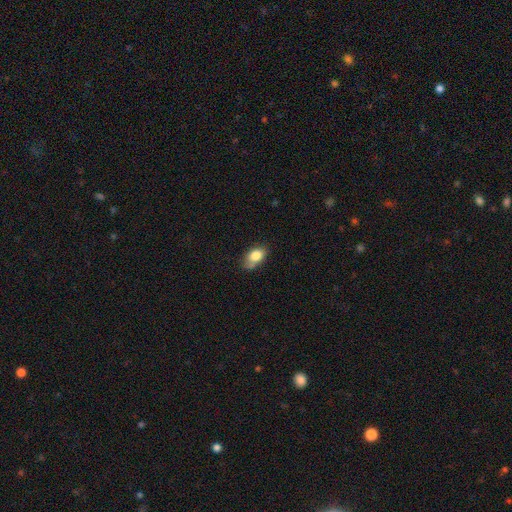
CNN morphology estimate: A smooth galaxy with no disk features (81%) that is in between round and cigar-shaped (85%). Merging: none (56%).